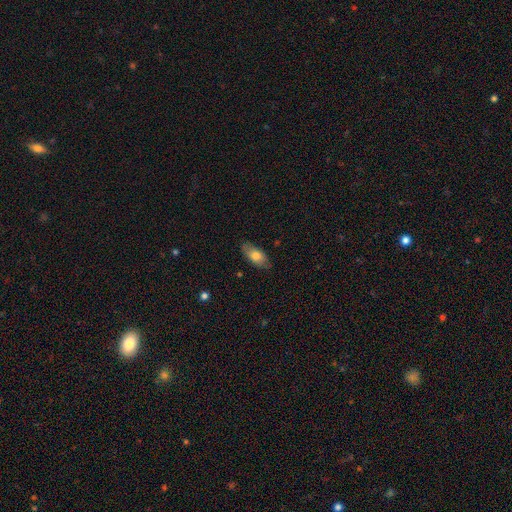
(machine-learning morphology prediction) A smooth galaxy with no disk features (72%) that is in between round and cigar-shaped (89%). Merging: none (82%).